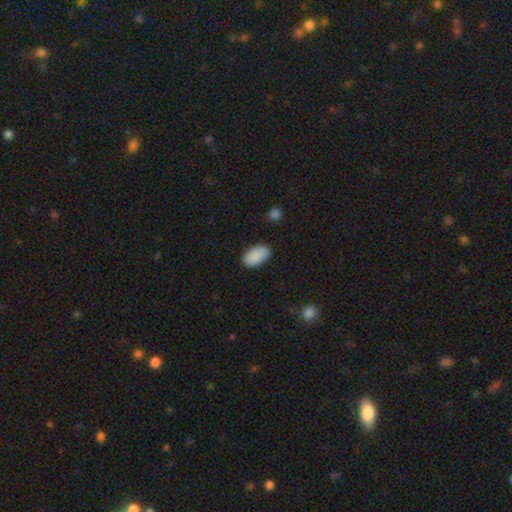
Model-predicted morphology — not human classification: A smooth galaxy with no disk features (89%) that is in between round and cigar-shaped (95%). Merging: none (84%).